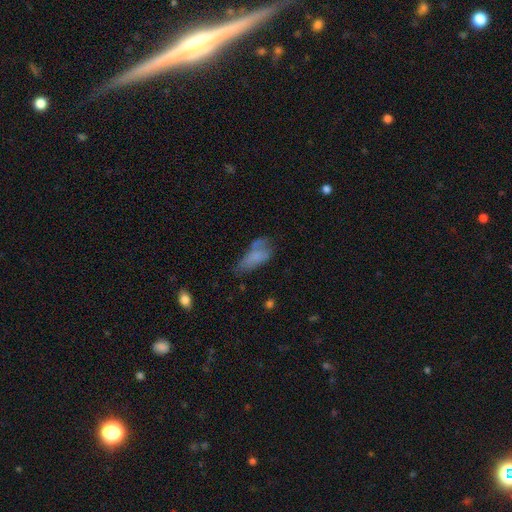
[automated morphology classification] type=smooth (68%); roundness=in between (80%); merging=none (32%).